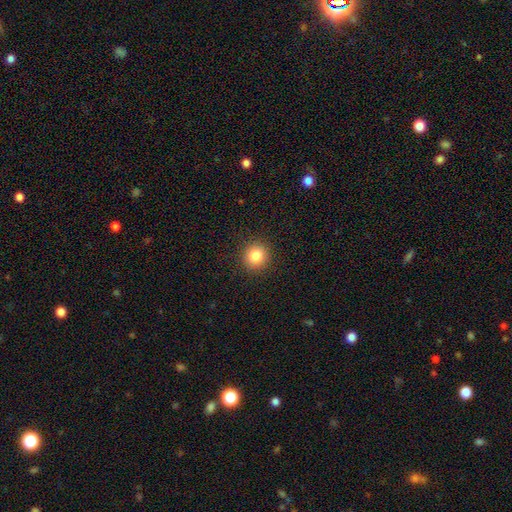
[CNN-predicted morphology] Smooth or featured? Predicted: smooth (p=0.84). How rounded? Predicted: round (p=0.91). Merging? Predicted: none (p=0.91).